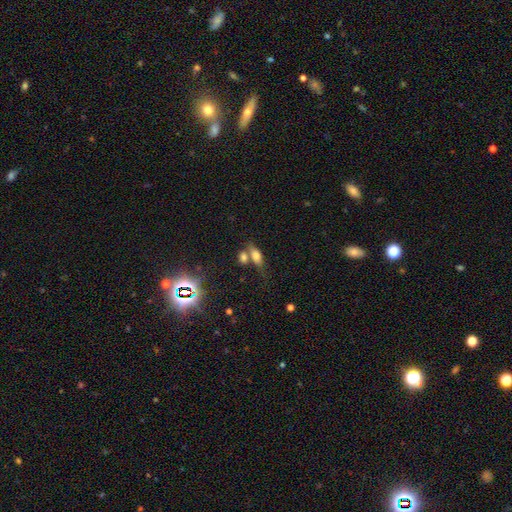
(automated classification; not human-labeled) Smooth or featured: smooth — 68% (featured or disk — 17%)
How rounded: in between — 74% (cigar-shaped — 18%)
Merging: none — 42% (merger — 39%)